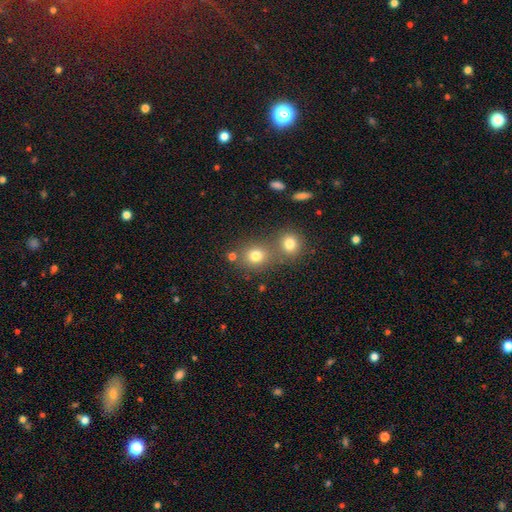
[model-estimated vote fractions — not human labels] This appears to be a smooth galaxy with no disk features (77%) that is round (80%). Merging: none (57%).